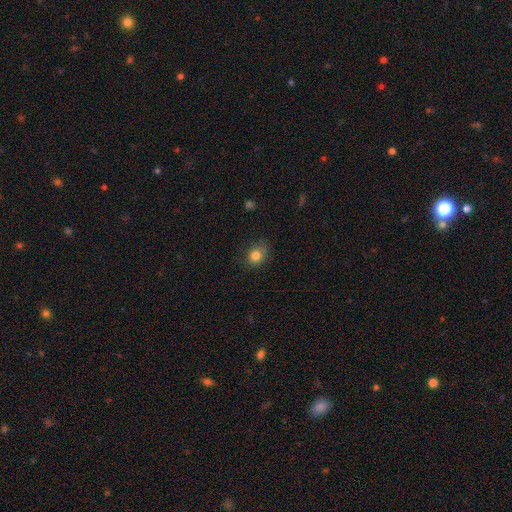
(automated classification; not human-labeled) The model was most divided on "how rounded": round: 58%, in between: 41%, cigar-shaped: 1%. More confident: smooth or featured — smooth (80%); merging — none (71%).